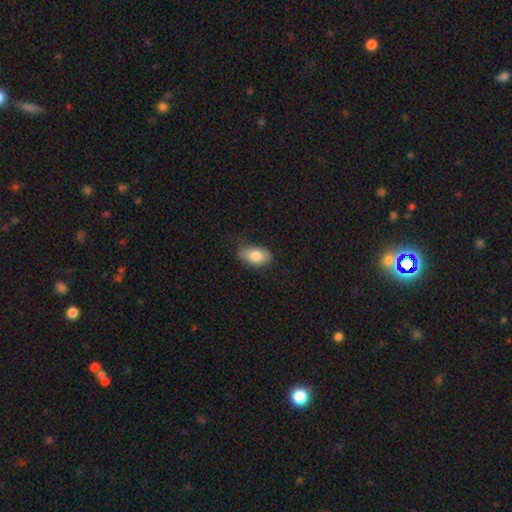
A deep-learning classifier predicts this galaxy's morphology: smooth-or-featured: smooth: 83% | featured or disk: 10% | star or artifact: 7%
  how-rounded: in between: 91% | round: 7% | cigar-shaped: 2%
  merging: none: 72% | minor disturbance: 22% | major disturbance: 5% | merger: 1%